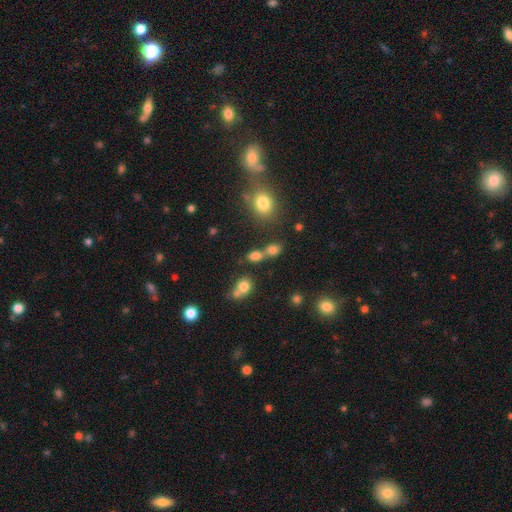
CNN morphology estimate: The model was most divided on "merging": none: 44%, merger: 39%, minor disturbance: 11%, major disturbance: 6%. More confident: smooth or featured — smooth (75%); how rounded — in between (61%).